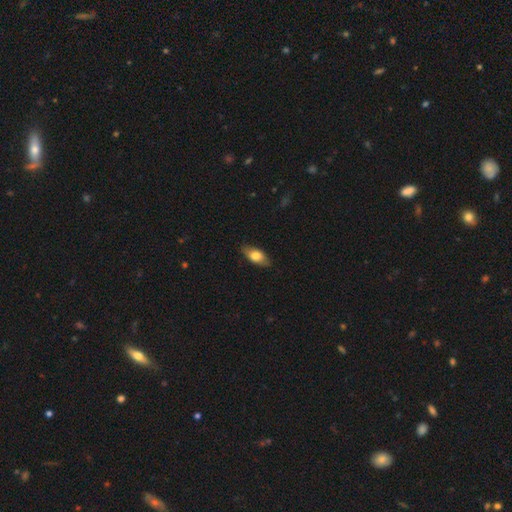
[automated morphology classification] This appears to be a smooth galaxy with no disk features (73%) that is in between round and cigar-shaped (87%). Merging: none (82%).